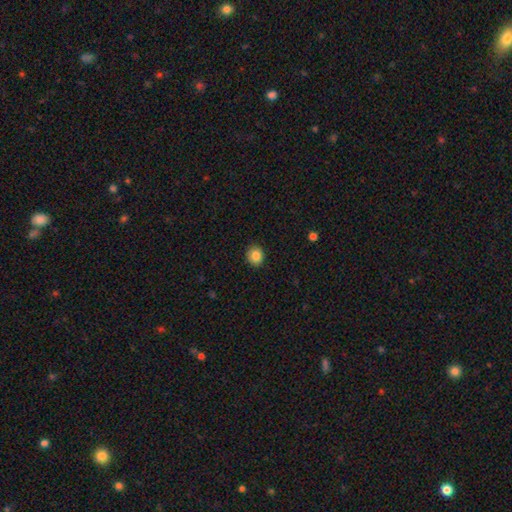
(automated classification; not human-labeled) Smooth or featured? smooth (85%)
How rounded? round (81%)
Merging? none (90%)